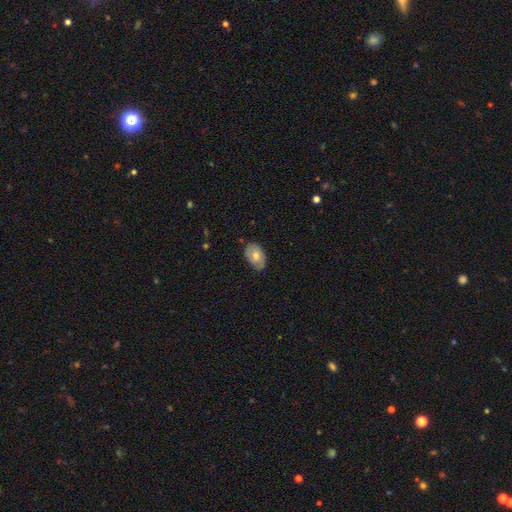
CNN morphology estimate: Overall: smooth (69%). How rounded: in between (85%). Merging: none (77%).